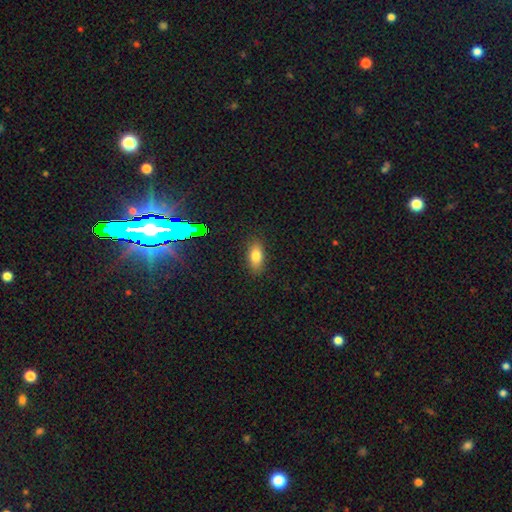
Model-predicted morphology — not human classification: This appears to be a smooth galaxy with no disk features (78%) that is in between round and cigar-shaped (84%). Merging: none (86%).